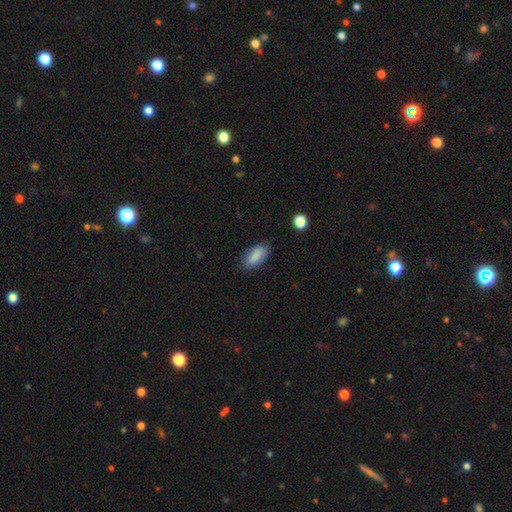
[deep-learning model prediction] A smooth galaxy with no disk features (86%) that is in between round and cigar-shaped (87%). Merging: none (81%).